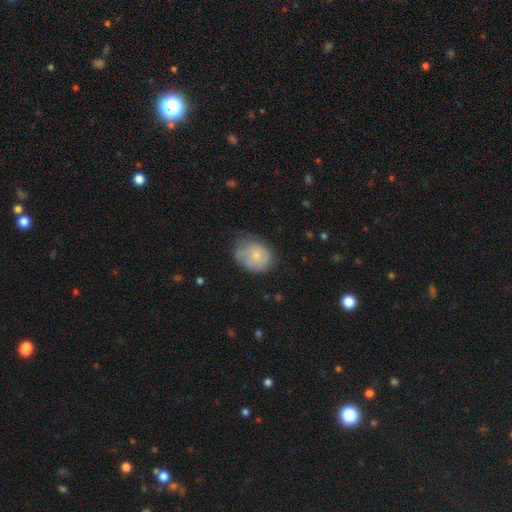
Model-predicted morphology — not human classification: smooth-or-featured: smooth: 62% | featured or disk: 30% | star or artifact: 7%
  how-rounded: in between: 52% | round: 47% | cigar-shaped: 1%
  merging: none: 55% | minor disturbance: 32% | major disturbance: 11% | merger: 2%